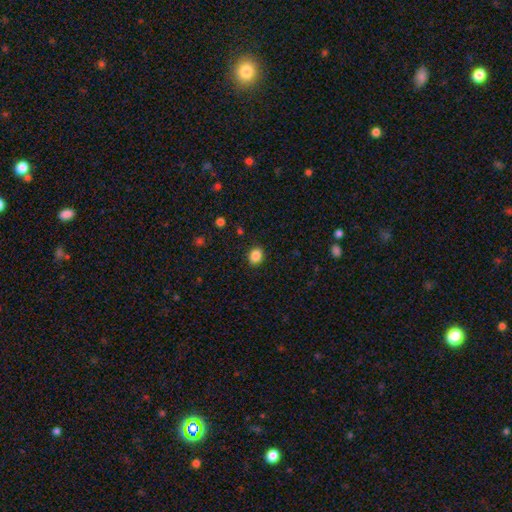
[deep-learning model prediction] smooth 87%, star or artifact 10%, featured or disk 4%. Down the decision tree: how rounded — round (51%); merging — none (90%).